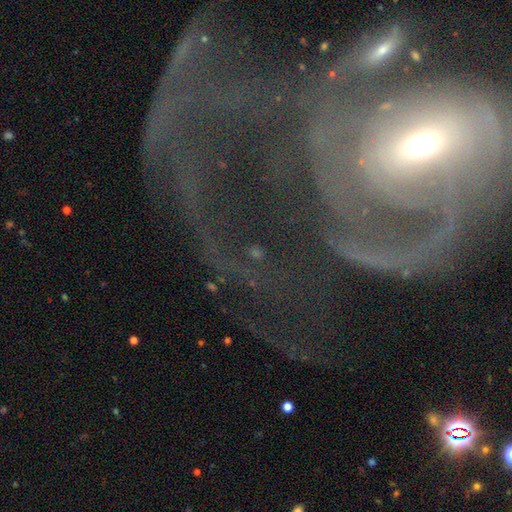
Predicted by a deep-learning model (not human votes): The model was most divided on "smooth or featured": star or artifact: 47%, featured or disk: 39%, smooth: 15%.